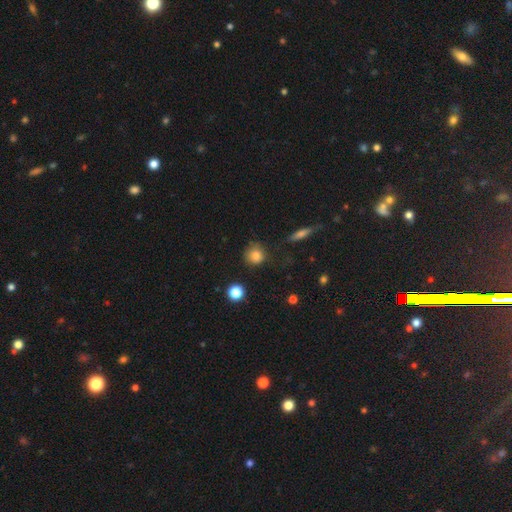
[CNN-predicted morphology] Overall: smooth (82%). How rounded: round (88%). Merging: none (76%).